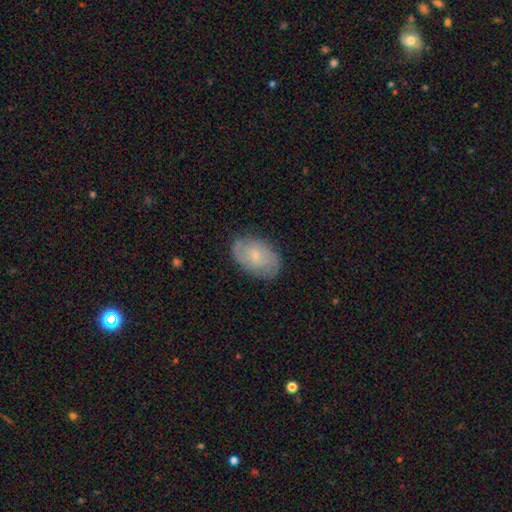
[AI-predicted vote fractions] Q: Smooth or featured?
A: featured or disk (53%); runner-up: smooth (40%)
Q: Edge-on disk?
A: no (95%); runner-up: yes (5%)
Q: Bar?
A: no (71%); runner-up: weak (25%)
Q: Spiral arms?
A: yes (78%); runner-up: no (22%)
Q: Bulge size?
A: small (71%); runner-up: moderate (23%)
Q: Merging?
A: none (78%); runner-up: minor disturbance (17%)